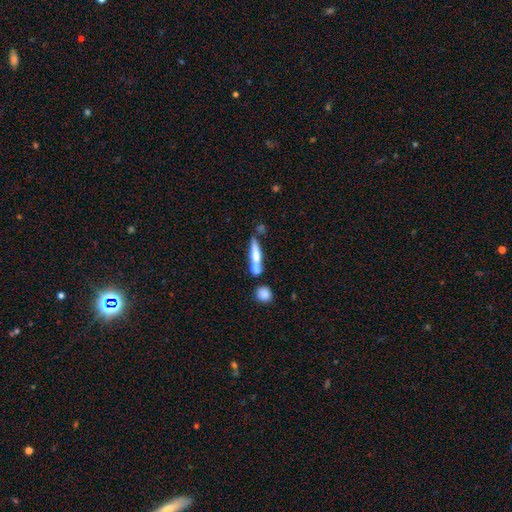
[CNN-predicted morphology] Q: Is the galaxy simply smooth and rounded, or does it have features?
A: smooth — 58%.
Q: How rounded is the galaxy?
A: cigar-shaped — 80%.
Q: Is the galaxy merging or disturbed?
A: none — 50%.